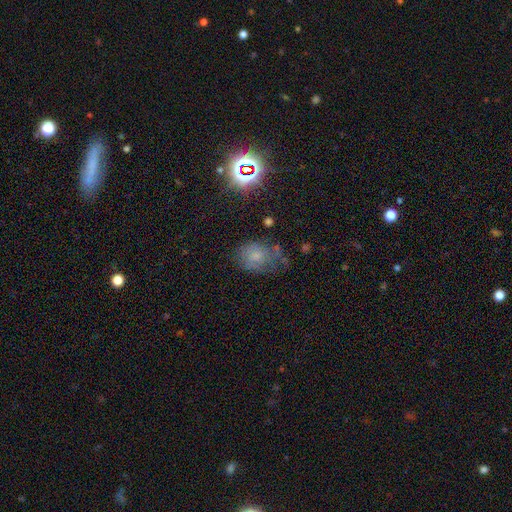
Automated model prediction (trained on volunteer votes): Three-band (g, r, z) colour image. It shows a smooth galaxy with no disk features (64%) that is round (50%). Merging: none (51%).